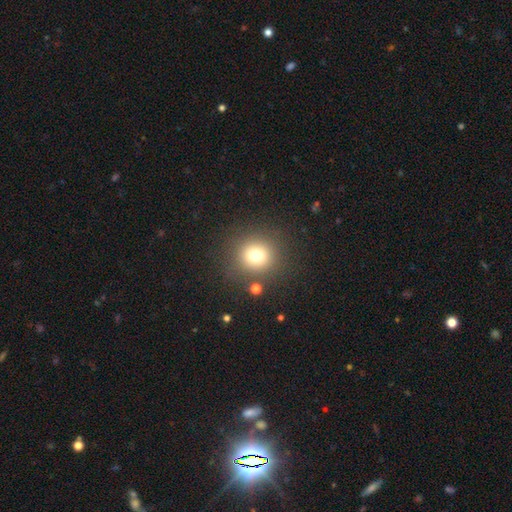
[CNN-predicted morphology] smooth_or_featured: smooth (p=0.74) [alt: star or artifact p=0.16]
how_rounded: round (p=0.91) [alt: in between p=0.08]
merging: none (p=0.85) [alt: minor disturbance p=0.07]